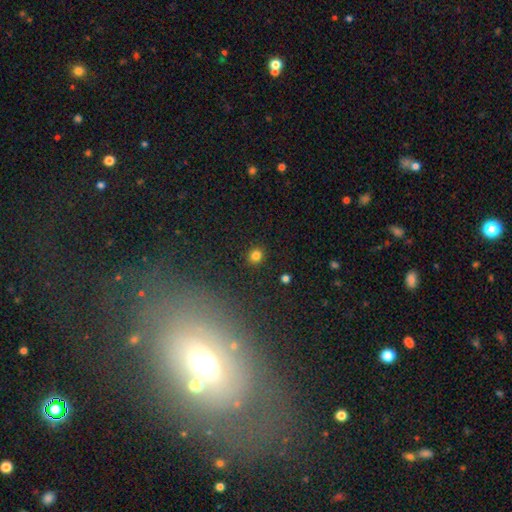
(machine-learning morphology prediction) Smooth or featured? Predicted: smooth (p=0.81). How rounded? Predicted: round (p=0.84). Merging? Predicted: none (p=0.91).